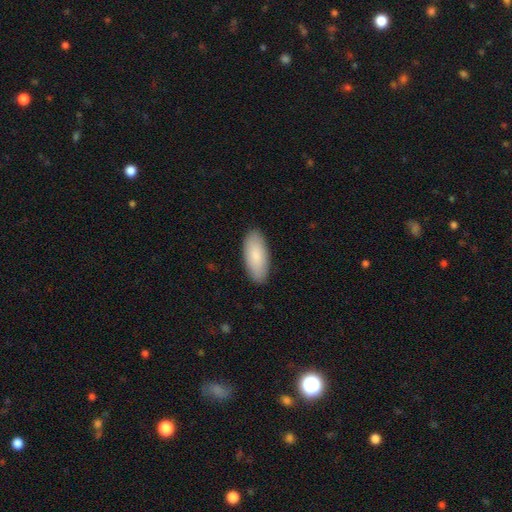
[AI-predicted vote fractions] smooth 86%, featured or disk 9%, star or artifact 5%. Down the decision tree: how rounded — in between (84%); merging — none (89%).